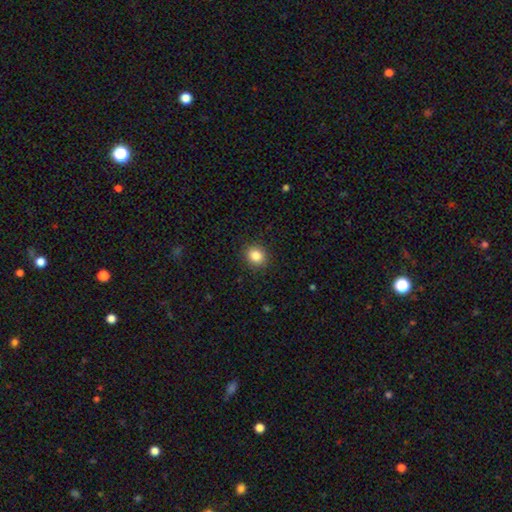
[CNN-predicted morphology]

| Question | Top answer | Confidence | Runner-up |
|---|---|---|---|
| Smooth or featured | smooth | 85% | star or artifact (10%) |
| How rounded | round | 74% | in between (25%) |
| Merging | none | 90% | minor disturbance (7%) |